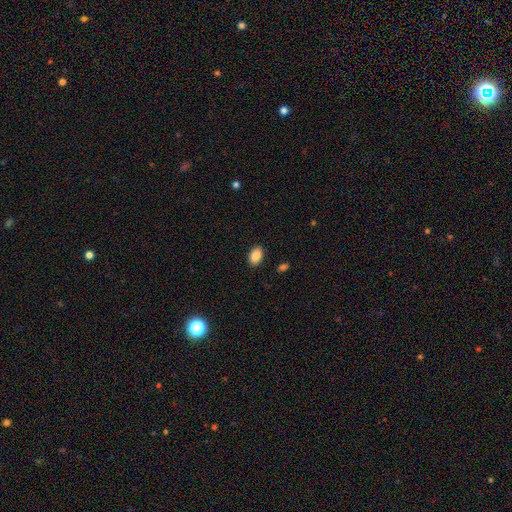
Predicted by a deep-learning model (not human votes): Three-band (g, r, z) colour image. It shows a smooth galaxy with no disk features (87%) that is in between round and cigar-shaped (86%). Merging: none (89%).